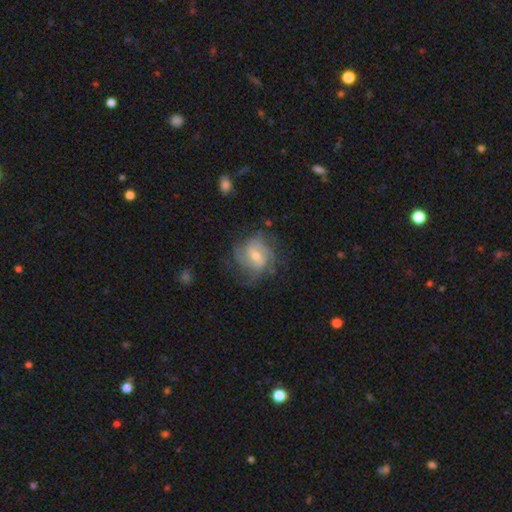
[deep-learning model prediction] Smooth or featured: featured or disk — 77% (smooth — 17%)
Edge-on disk: no — 97% (yes — 3%)
Bar: weak — 56% (no — 28%)
Spiral arms: yes — 91% (no — 9%)
Spiral winding: tight — 43% (medium — 41%)
Spiral arm count: can't tell — 30% (2 — 29%)
Bulge size: moderate — 52% (small — 41%)
Merging: none — 61% (minor disturbance — 22%)